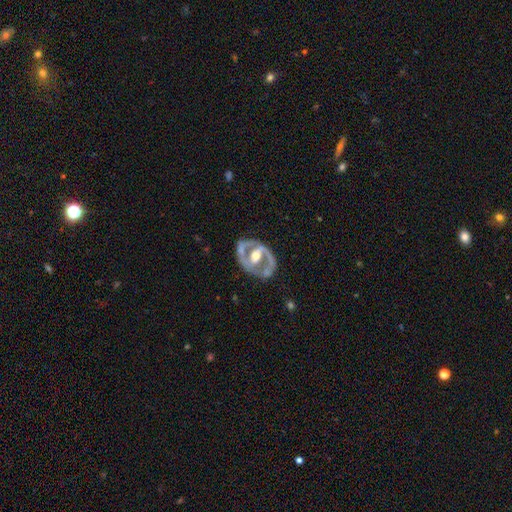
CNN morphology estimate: smooth-or-featured: featured or disk: 84% | smooth: 12% | star or artifact: 4%
  disk-edge-on: no: 95% | yes: 5%
    bar: strong: 39% | weak: 31% | no: 30%
    has-spiral-arms: yes: 68% | no: 32%
      spiral-winding: medium: 47% | tight: 35% | loose: 18%
      spiral-arm-count: 2: 79% | can't tell: 9% | 1: 8% | 3: 2% | 4: 1% | more than 4: 1%
    bulge-size: moderate: 71% | small: 15% | large: 12% | none: 1% | dominant: 1%
  merging: none: 67% | minor disturbance: 19% | major disturbance: 12% | merger: 3%